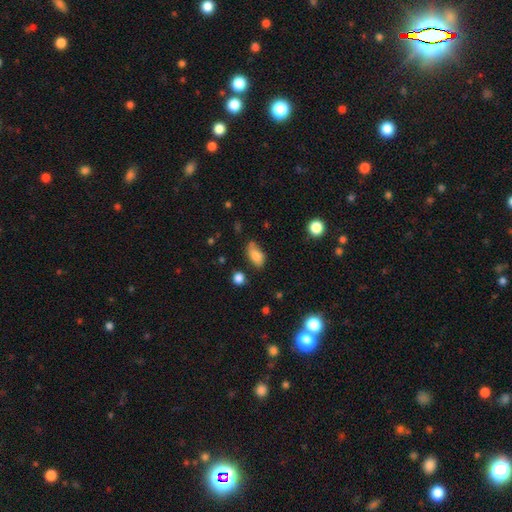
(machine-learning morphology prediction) Smooth or featured?
  - smooth: 78% *
  - featured or disk: 12%
  - star or artifact: 9%
How rounded?
  - in between: 89% *
  - round: 7%
  - cigar-shaped: 5%
Merging?
  - none: 55% *
  - minor disturbance: 30%
  - major disturbance: 8%
  - merger: 6%